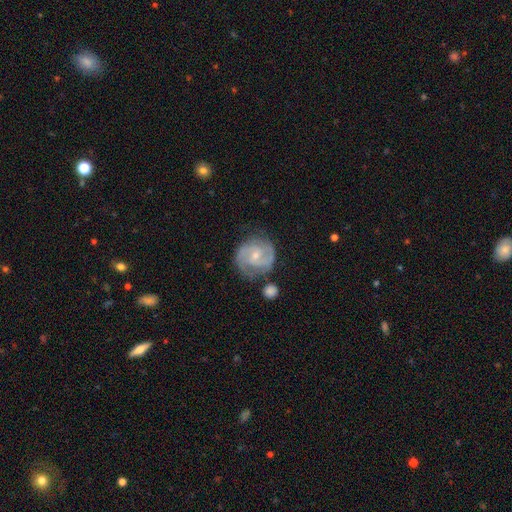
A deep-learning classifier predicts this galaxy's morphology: This is likely a featured or disk galaxy (78%). It is clearly not viewed edge-on (98%). Bar: possibly no (47%). Spiral arm pattern: clearly yes (93%). Spiral arm count: likely 2 (67%). Spiral winding: marginally tight (44%). Central bulge: likely small (64%). Merging: likely none (64%).